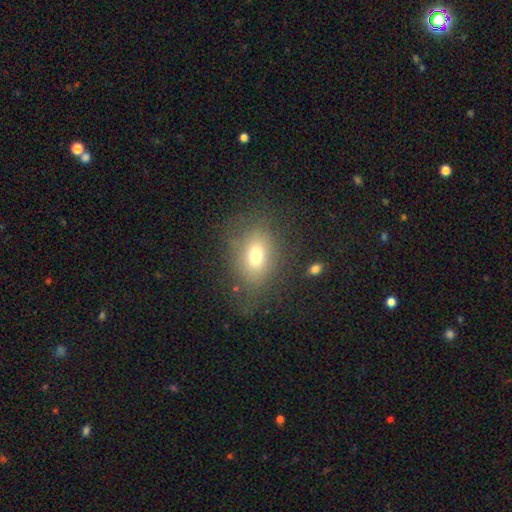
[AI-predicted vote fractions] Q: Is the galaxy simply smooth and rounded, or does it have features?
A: smooth — 70%.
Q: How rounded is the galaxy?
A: in between — 64%.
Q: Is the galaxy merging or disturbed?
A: none — 71%.